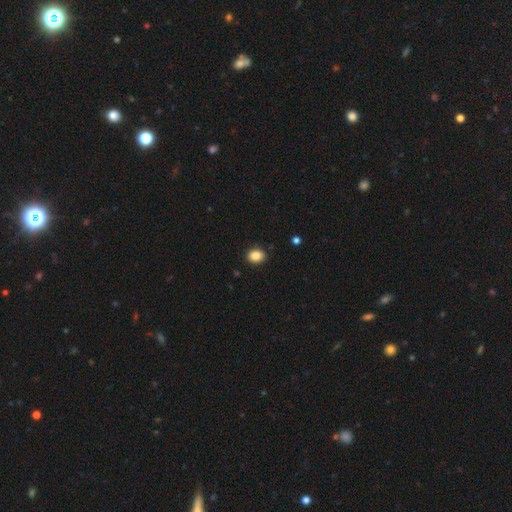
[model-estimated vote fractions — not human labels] This is clearly a smooth galaxy (88%). How rounded: possibly in between (52%). Merging: clearly none (89%).